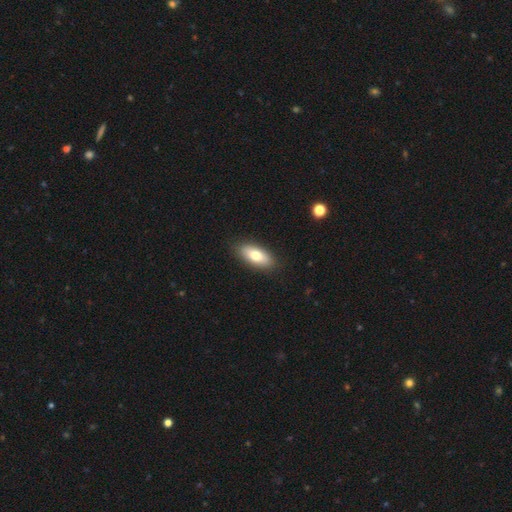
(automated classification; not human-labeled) Overall: smooth (75%). How rounded: in between (87%). Merging: none (88%).